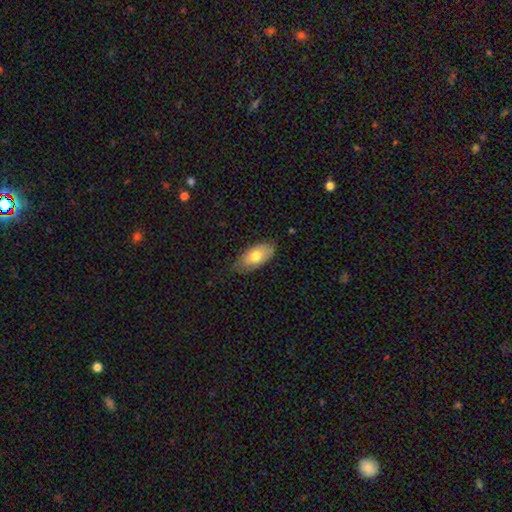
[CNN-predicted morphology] The model was most divided on "merging": none: 71%, minor disturbance: 24%, major disturbance: 4%, merger: 1%. More confident: how rounded — in between (92%); smooth or featured — smooth (71%).